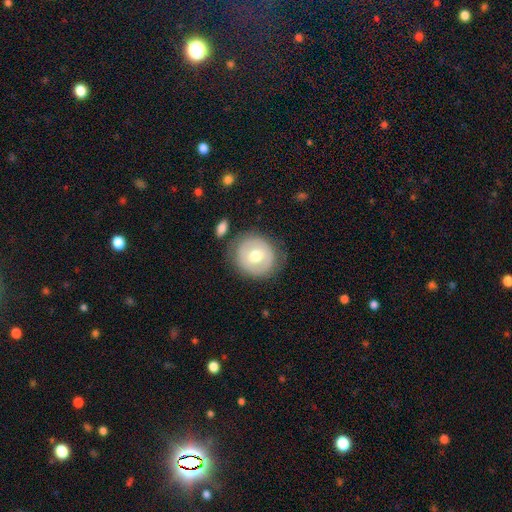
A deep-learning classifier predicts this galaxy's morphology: Overall: smooth (54%; featured or disk 40%). How rounded: round (86%). Merging: none (75%).